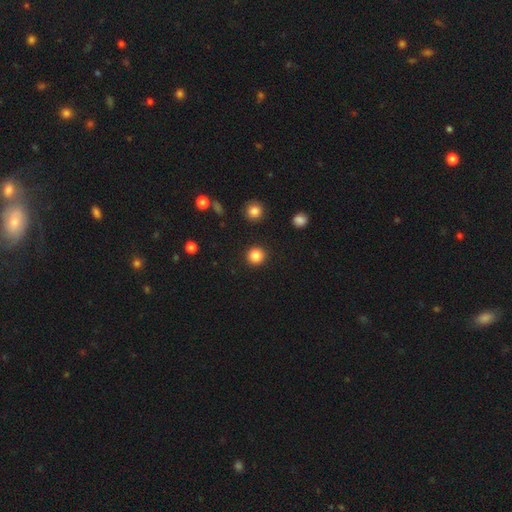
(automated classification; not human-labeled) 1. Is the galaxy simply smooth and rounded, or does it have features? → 84% smooth, 11% star or artifact, 5% featured or disk.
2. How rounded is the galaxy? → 94% round, 5% in between, 1% cigar-shaped.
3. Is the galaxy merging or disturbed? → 92% none, 4% minor disturbance, 2% major disturbance, 1% merger.